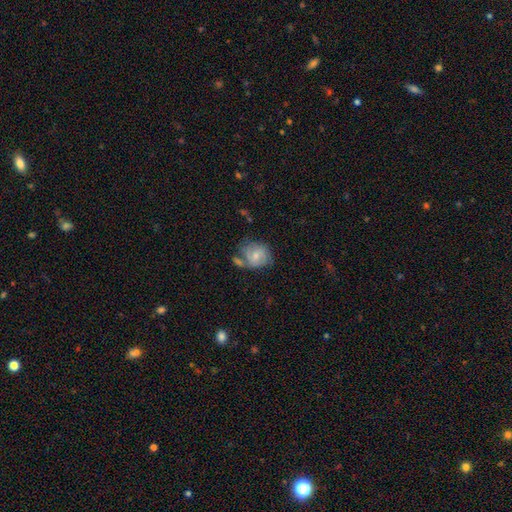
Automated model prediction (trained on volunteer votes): Q: Smooth or featured?
A: featured or disk (48%); runner-up: smooth (44%)
Q: Merging?
A: none (43%); runner-up: minor disturbance (23%)